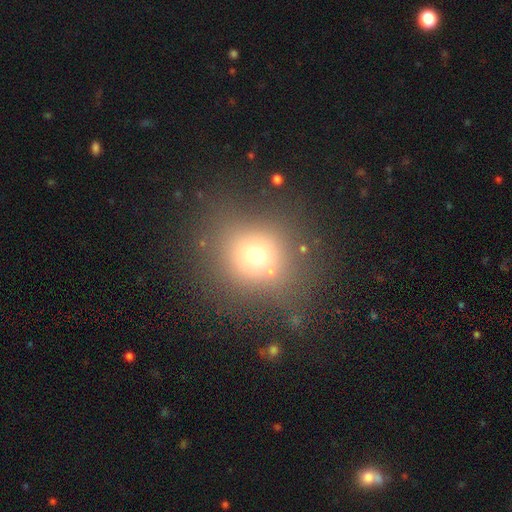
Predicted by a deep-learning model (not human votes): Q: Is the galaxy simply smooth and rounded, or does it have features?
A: smooth — 65%.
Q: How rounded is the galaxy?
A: round — 85%.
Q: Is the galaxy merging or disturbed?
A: none — 74%.